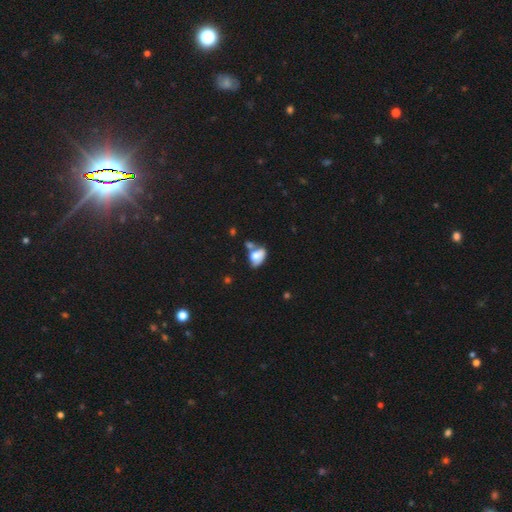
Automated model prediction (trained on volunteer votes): This appears to be a smooth galaxy with no disk features (65%) that is in between round and cigar-shaped (85%). Merging: merger (39%).